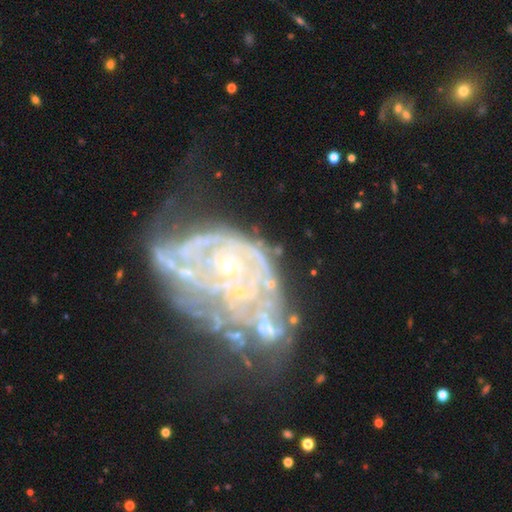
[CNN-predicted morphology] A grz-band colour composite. It shows a featured or disk galaxy (77%) with no bar (70%), tight (73%) spiral arms (89%) and a small central bulge (64%). Merging: none (50%).